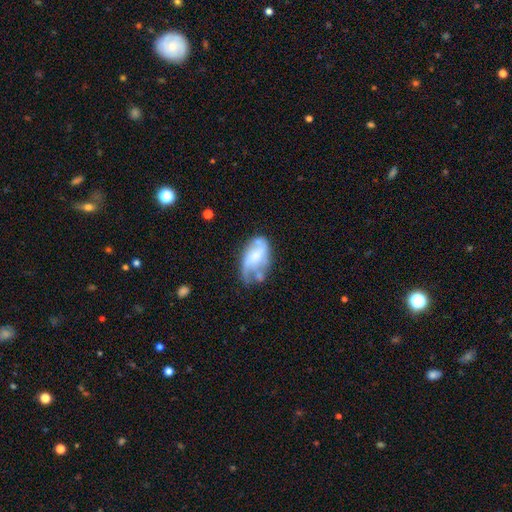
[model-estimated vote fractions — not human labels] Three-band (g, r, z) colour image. It shows a featured or disk galaxy (60%) with no bar (52%), spiral arms (68%) and no central bulge (33%). Merging: none (31%).